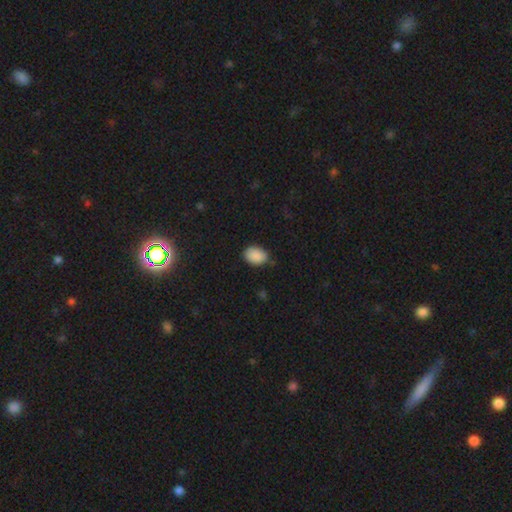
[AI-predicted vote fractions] Smooth or featured? Predicted: smooth (p=0.89). How rounded? Predicted: in between (p=0.79). Merging? Predicted: none (p=0.77).